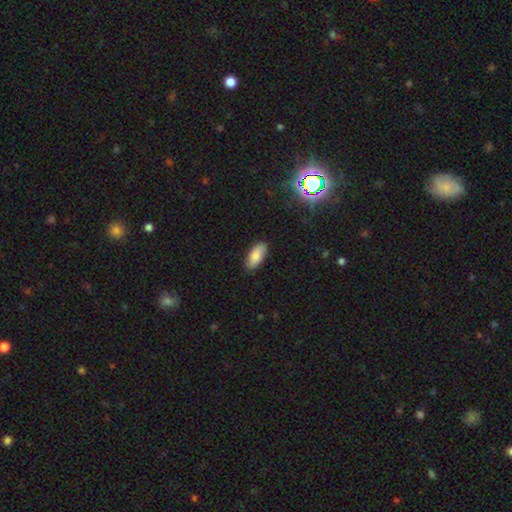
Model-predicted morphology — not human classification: Overall: smooth (85%). How rounded: in between (87%). Merging: none (84%).